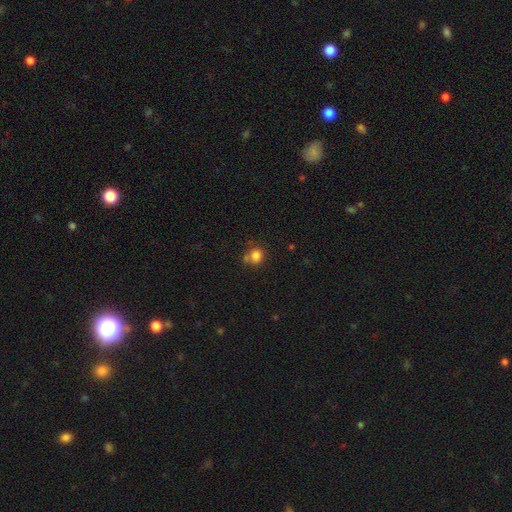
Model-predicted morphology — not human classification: Smooth or featured? Predicted: smooth (p=0.82). How rounded? Predicted: round (p=0.82). Merging? Predicted: none (p=0.63).